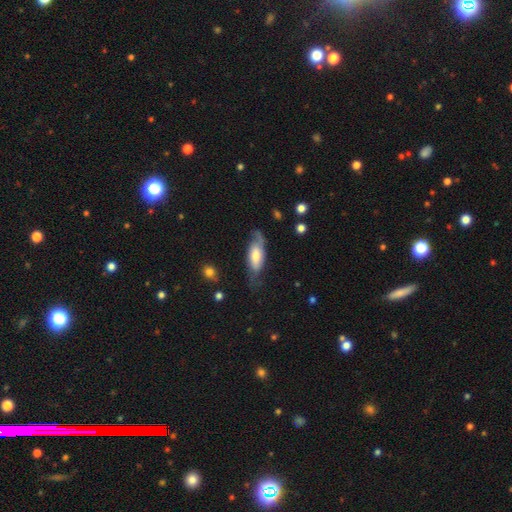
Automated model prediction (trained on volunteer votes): This appears to be a smooth galaxy with no disk features (47%, tied with featured or disk). Merging: none (56%).